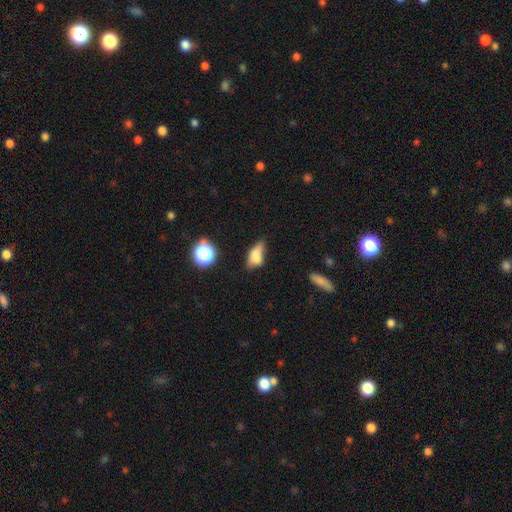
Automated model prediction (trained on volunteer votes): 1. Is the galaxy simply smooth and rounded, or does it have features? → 71% smooth, 18% featured or disk, 11% star or artifact.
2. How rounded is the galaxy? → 81% in between, 11% round, 9% cigar-shaped.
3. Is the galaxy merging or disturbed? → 40% minor disturbance, 34% none, 18% major disturbance, 8% merger.